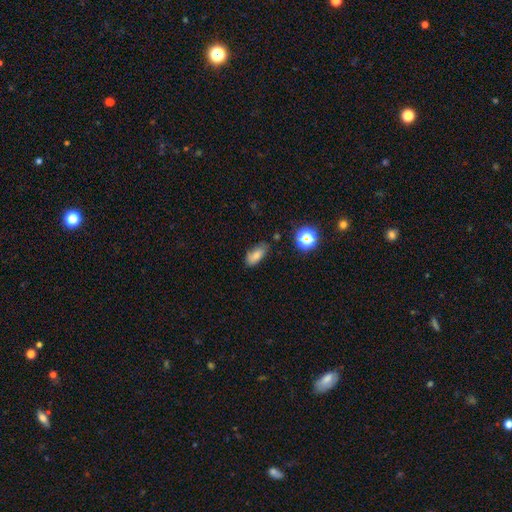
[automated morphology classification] Smooth or featured: smooth — 77% (star or artifact — 12%)
How rounded: in between — 85% (cigar-shaped — 10%)
Merging: none — 70% (minor disturbance — 22%)